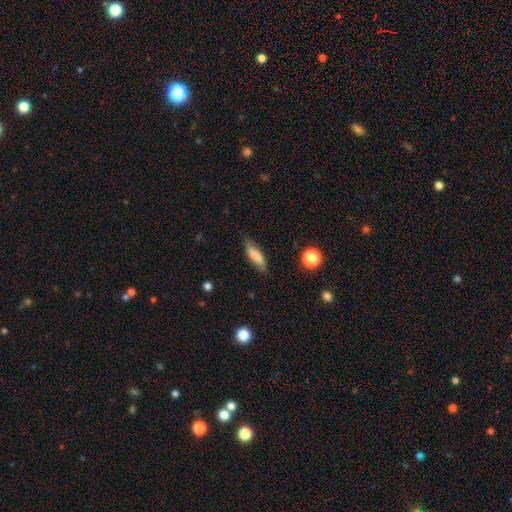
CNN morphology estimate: smooth_or_featured: smooth (p=0.80) [alt: featured or disk p=0.13]
how_rounded: cigar-shaped (p=0.49) [alt: in between p=0.48]
merging: none (p=0.76) [alt: minor disturbance p=0.18]